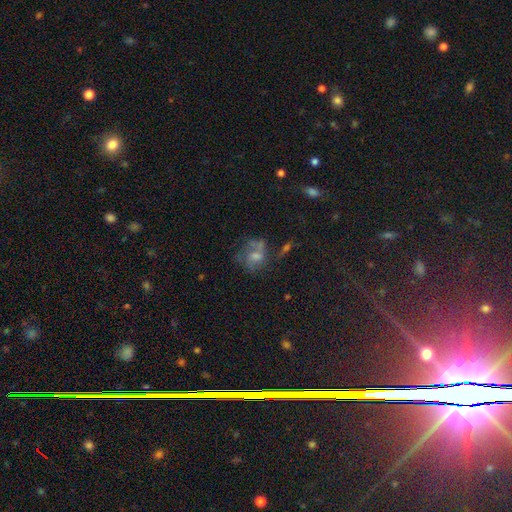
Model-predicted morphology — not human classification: Smooth or featured? featured or disk (49%)
Merging? none (40%)